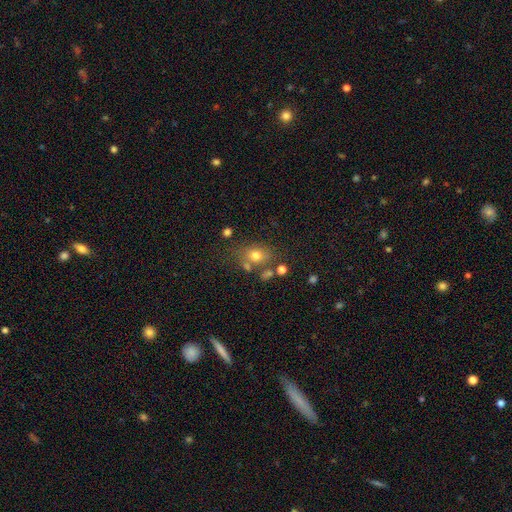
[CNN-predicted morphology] A smooth galaxy with no disk features (73%) that is in between round and cigar-shaped (54%). Merging: none (62%).